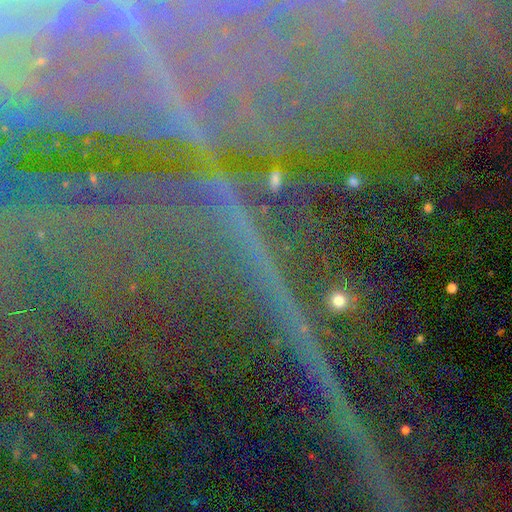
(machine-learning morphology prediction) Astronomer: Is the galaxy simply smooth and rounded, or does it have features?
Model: star or artifact — 83%.